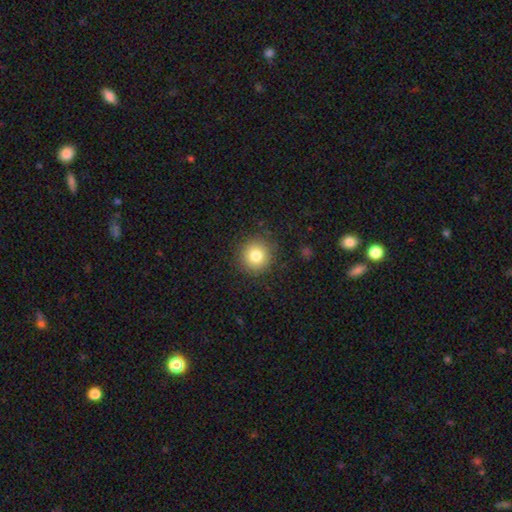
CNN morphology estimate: smooth 80%, star or artifact 11%, featured or disk 9%. Down the decision tree: how rounded — round (94%); merging — none (89%).